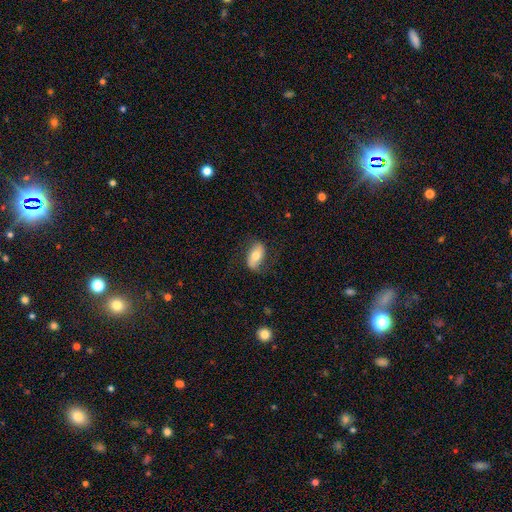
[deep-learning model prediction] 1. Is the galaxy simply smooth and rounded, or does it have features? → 53% smooth, 40% featured or disk, 7% star or artifact.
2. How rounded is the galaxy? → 88% in between, 6% cigar-shaped, 5% round.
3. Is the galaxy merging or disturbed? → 73% none, 18% minor disturbance, 7% major disturbance, 1% merger.